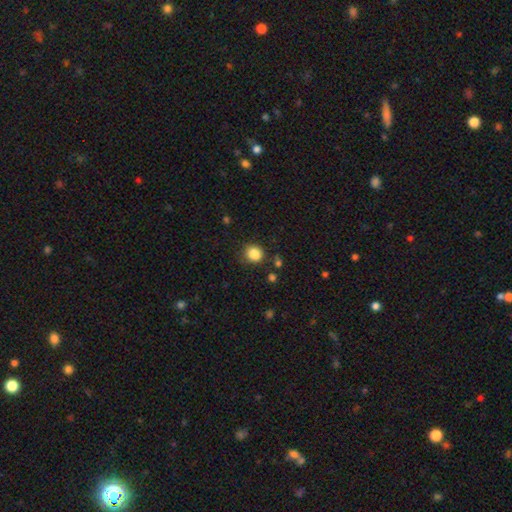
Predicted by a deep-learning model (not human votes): Smooth or featured: smooth — 86% (star or artifact — 11%)
How rounded: round — 79% (in between — 20%)
Merging: none — 80% (minor disturbance — 13%)